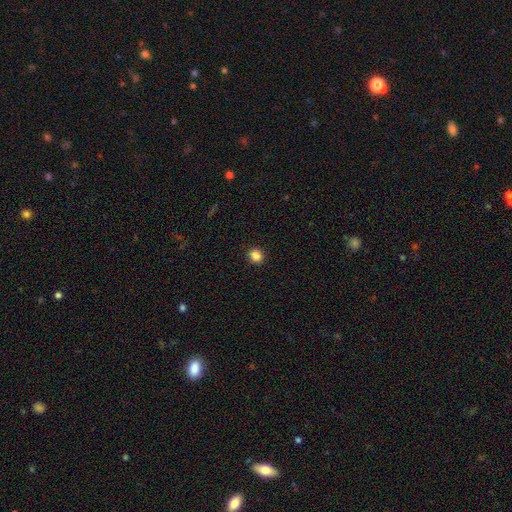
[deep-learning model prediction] Smooth or featured: smooth — 87% (star or artifact — 10%)
How rounded: round — 82% (in between — 17%)
Merging: none — 92% (minor disturbance — 5%)